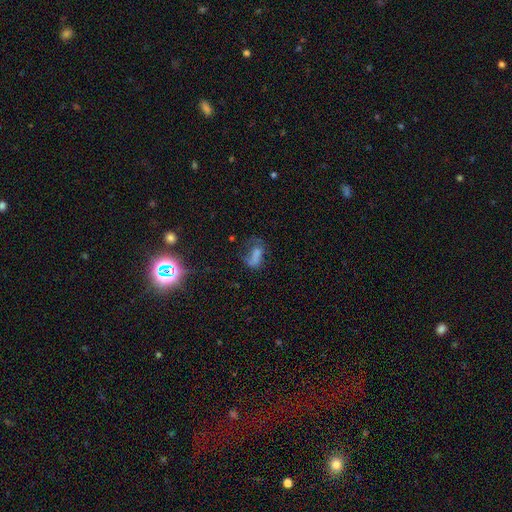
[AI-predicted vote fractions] Smooth or featured? Predicted: smooth (p=0.55). How rounded? Predicted: in between (p=0.81). Merging? Predicted: major disturbance (p=0.42).